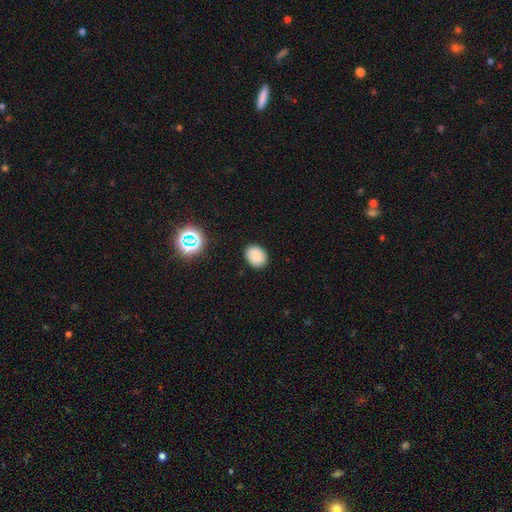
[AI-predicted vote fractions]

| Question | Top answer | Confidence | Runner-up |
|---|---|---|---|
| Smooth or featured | smooth | 85% | star or artifact (10%) |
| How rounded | in between | 52% | round (47%) |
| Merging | none | 88% | minor disturbance (9%) |